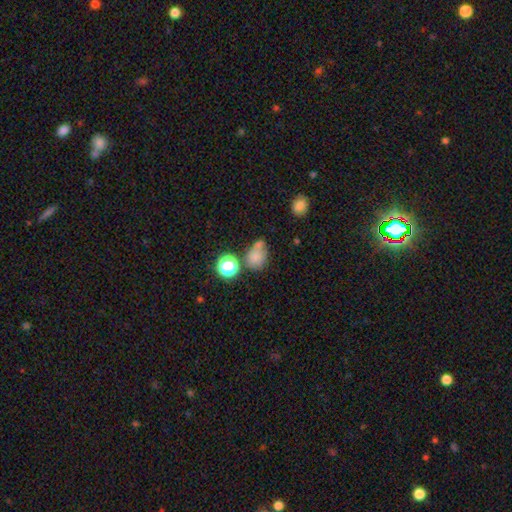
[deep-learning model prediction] smooth-or-featured: smooth: 74% | star or artifact: 16% | featured or disk: 10%
  how-rounded: round: 53% | in between: 46% | cigar-shaped: 1%
  merging: none: 44% | merger: 28% | minor disturbance: 19% | major disturbance: 9%